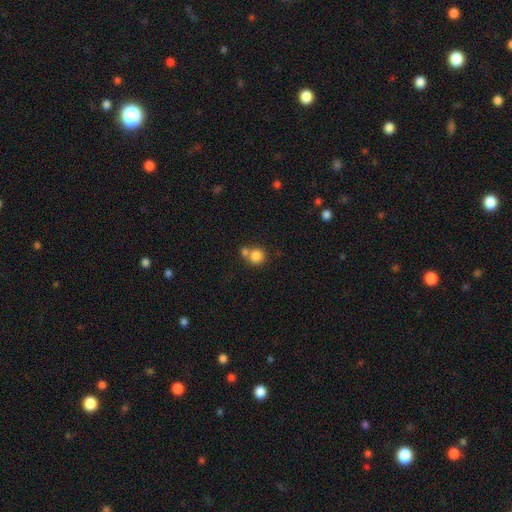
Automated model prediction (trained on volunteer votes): Q: Smooth or featured?
A: smooth (82%); runner-up: star or artifact (10%)
Q: How rounded?
A: round (89%); runner-up: in between (10%)
Q: Merging?
A: none (49%); runner-up: merger (39%)